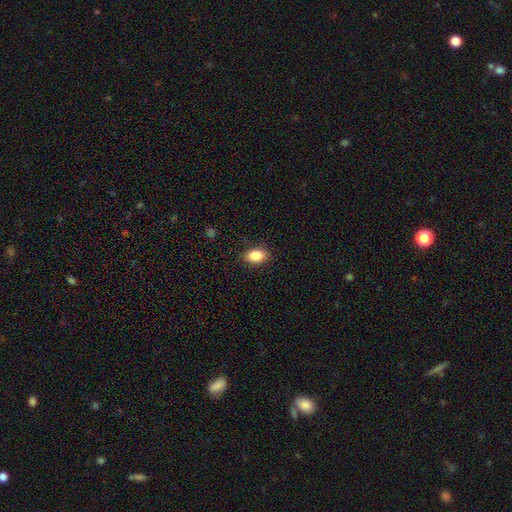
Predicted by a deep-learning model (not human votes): Q: Smooth or featured?
A: smooth (87%); runner-up: star or artifact (8%)
Q: How rounded?
A: in between (82%); runner-up: round (17%)
Q: Merging?
A: none (86%); runner-up: minor disturbance (10%)